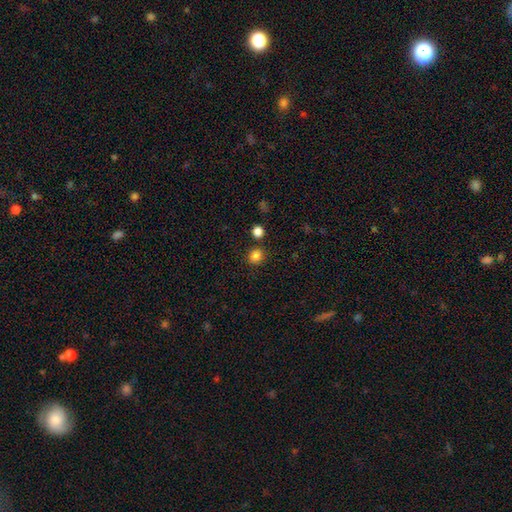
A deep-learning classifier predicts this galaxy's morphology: A smooth galaxy with no disk features (84%) that is round (86%).

Vote fractions:
- Smooth or featured? smooth: 84% / star or artifact: 12% / featured or disk: 4%
- How rounded? round: 86% / in between: 13% / cigar-shaped: 1%
- Merging? none: 86% / minor disturbance: 7% / merger: 5% / major disturbance: 2%